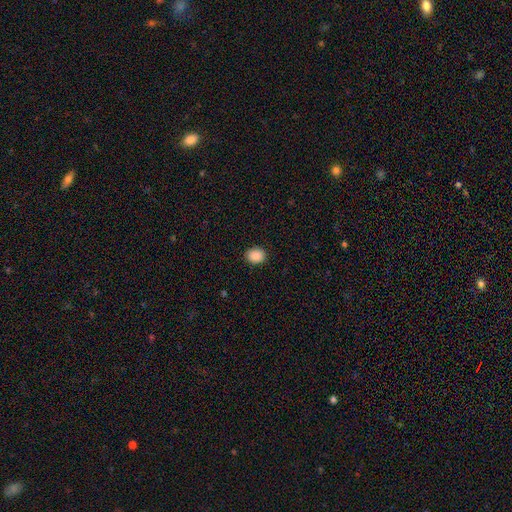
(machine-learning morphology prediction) This appears to be a smooth galaxy with no disk features (89%) that is round (57%). Merging: none (91%).